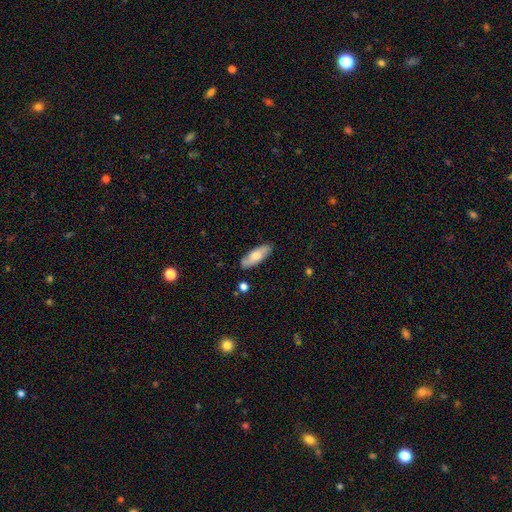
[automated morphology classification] Smooth or featured? Predicted: smooth (p=0.73). How rounded? Predicted: in between (p=0.65). Merging? Predicted: none (p=0.85).